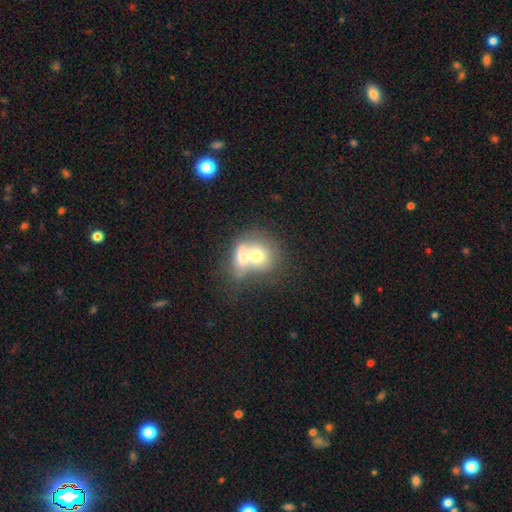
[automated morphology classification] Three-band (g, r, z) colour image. It shows a smooth galaxy with no disk features (66%) that is round (60%). Merging: merger (72%).